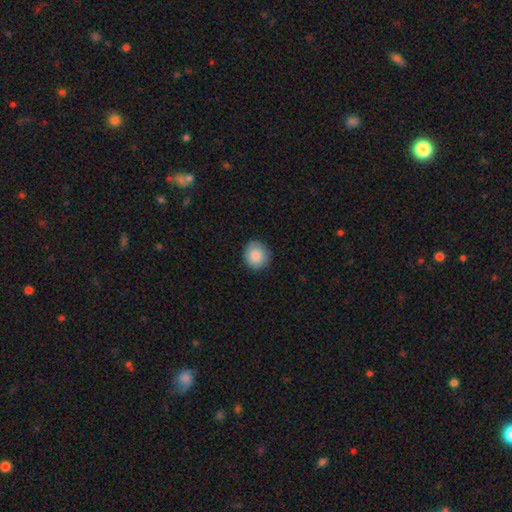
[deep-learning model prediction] This appears to be a smooth galaxy with no disk features (87%) that is round (86%). Merging: none (87%).